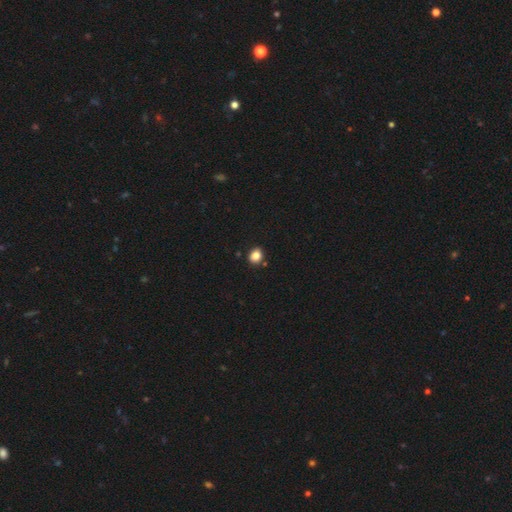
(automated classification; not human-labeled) smooth-or-featured: smooth: 84% | star or artifact: 11% | featured or disk: 5%
  how-rounded: round: 58% | in between: 41% | cigar-shaped: 1%
  merging: none: 84% | minor disturbance: 10% | merger: 4% | major disturbance: 2%